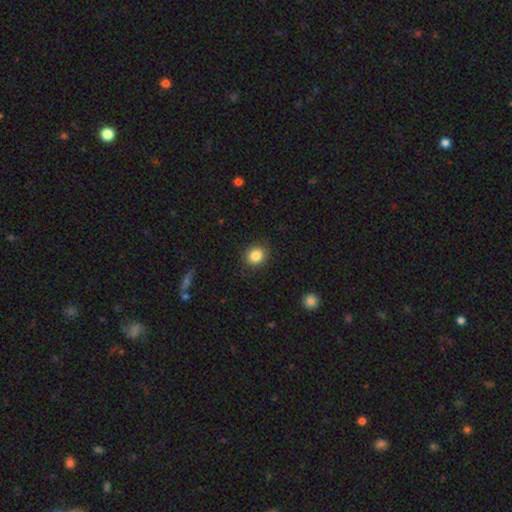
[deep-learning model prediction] smooth_or_featured: smooth (p=0.85) [alt: star or artifact p=0.09]
how_rounded: round (p=0.78) [alt: in between p=0.22]
merging: none (p=0.86) [alt: minor disturbance p=0.10]